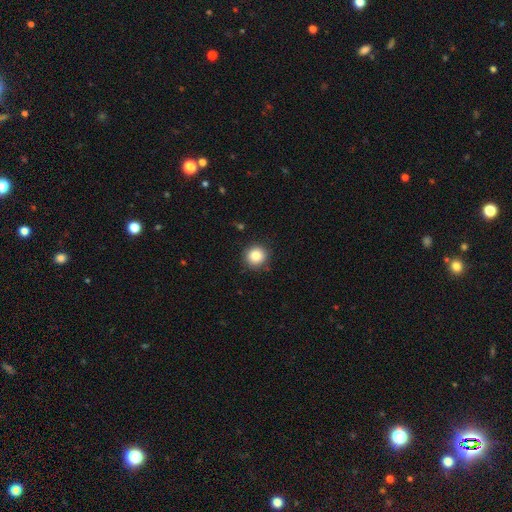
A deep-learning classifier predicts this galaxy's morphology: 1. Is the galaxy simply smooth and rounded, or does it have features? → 85% smooth, 10% star or artifact, 5% featured or disk.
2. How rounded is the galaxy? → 93% round, 6% in between, 1% cigar-shaped.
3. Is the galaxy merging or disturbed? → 88% none, 8% minor disturbance, 2% major disturbance, 1% merger.